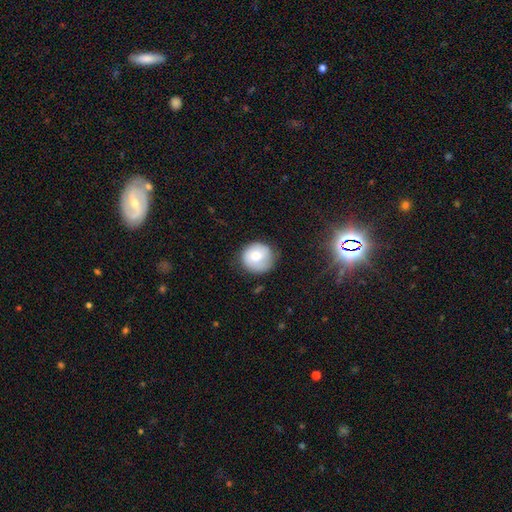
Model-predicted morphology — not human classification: type=smooth (69%); roundness=round (89%); merging=none (73%).